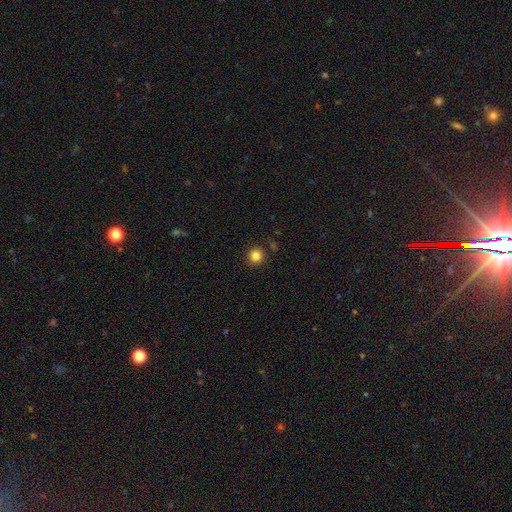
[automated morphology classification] smooth 84%, star or artifact 12%, featured or disk 4%. Down the decision tree: how rounded — round (93%); merging — none (89%).